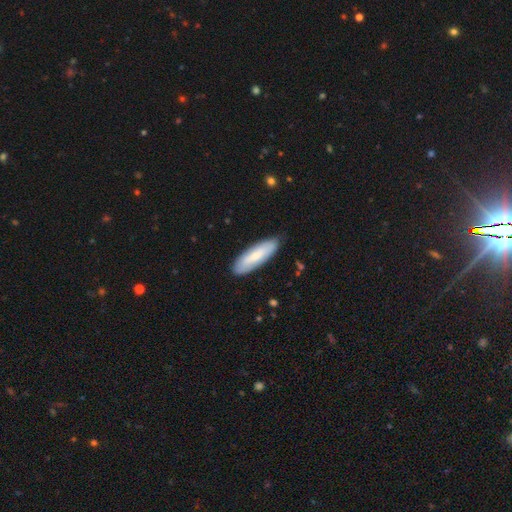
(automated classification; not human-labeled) smooth_or_featured: smooth (p=0.72) [alt: featured or disk p=0.23]
how_rounded: in between (p=0.51) [alt: cigar-shaped p=0.47]
merging: none (p=0.85) [alt: minor disturbance p=0.12]